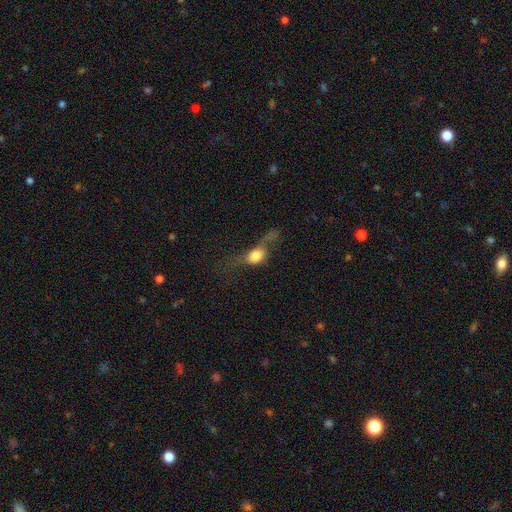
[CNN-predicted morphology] Smooth or featured? smooth (61%)
How rounded? in between (51%)
Merging? major disturbance (54%)